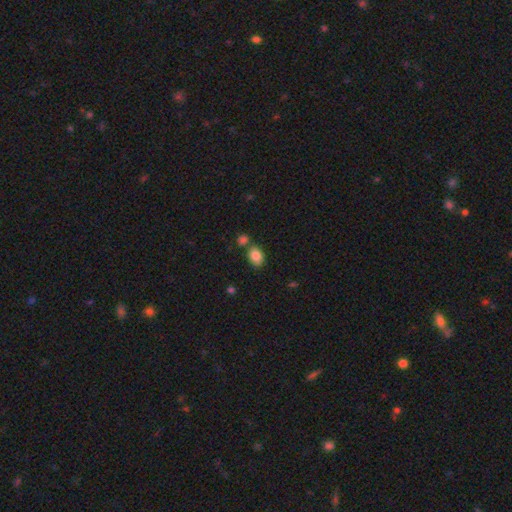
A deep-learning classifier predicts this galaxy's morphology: Q: Smooth or featured?
A: smooth (86%); runner-up: star or artifact (8%)
Q: How rounded?
A: in between (81%); runner-up: round (18%)
Q: Merging?
A: none (65%); runner-up: merger (20%)